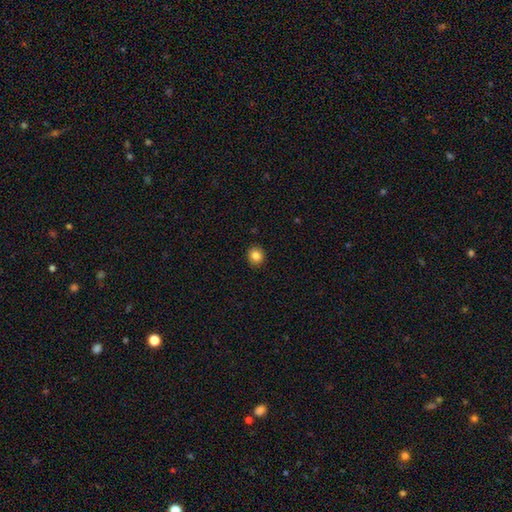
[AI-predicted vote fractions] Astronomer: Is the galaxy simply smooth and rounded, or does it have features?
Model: smooth — 84%.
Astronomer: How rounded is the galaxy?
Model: round — 84%.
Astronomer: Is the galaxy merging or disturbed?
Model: none — 92%.